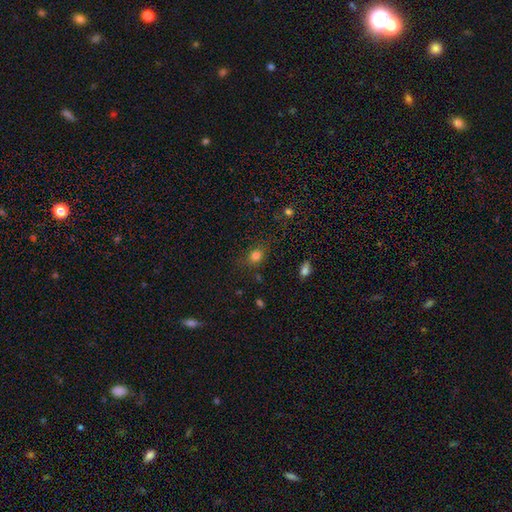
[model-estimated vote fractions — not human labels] Morphology: type=smooth (78%); roundness=round (51%); merging=none (76%).